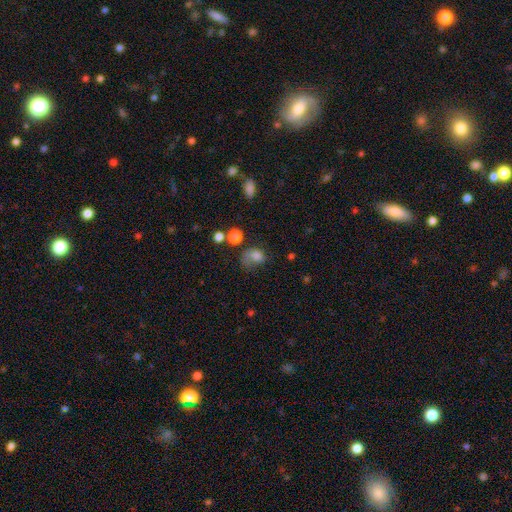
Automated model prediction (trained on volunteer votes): This appears to be a smooth galaxy with no disk features (73%) that is round (50%). Merging: major disturbance (35%).